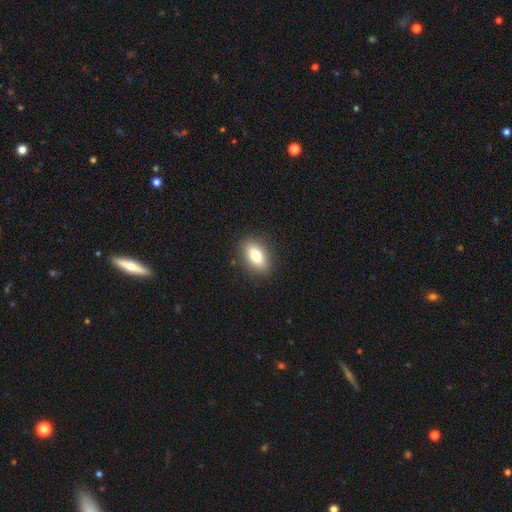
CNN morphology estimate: type=smooth (81%); roundness=in between (88%); merging=none (88%).